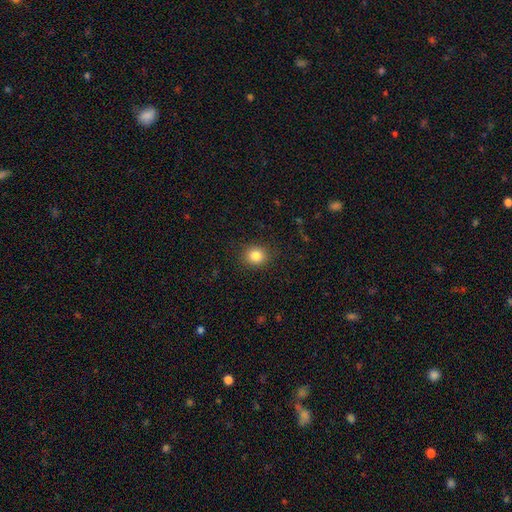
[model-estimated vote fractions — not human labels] A smooth galaxy with no disk features (84%) that is round (81%).

Vote fractions:
- Smooth or featured? smooth: 84% / star or artifact: 11% / featured or disk: 5%
- How rounded? round: 81% / in between: 18% / cigar-shaped: 1%
- Merging? none: 89% / minor disturbance: 7% / major disturbance: 3% / merger: 1%